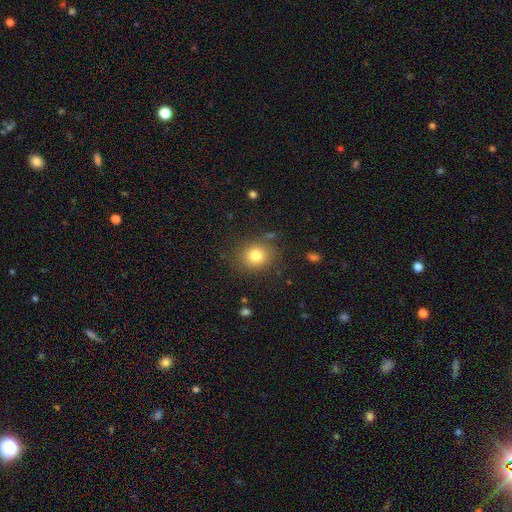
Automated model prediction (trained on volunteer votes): Overall: smooth (79%). How rounded: round (77%). Merging: none (84%).